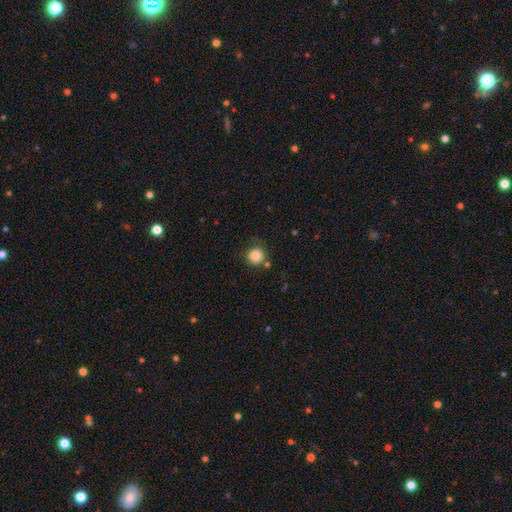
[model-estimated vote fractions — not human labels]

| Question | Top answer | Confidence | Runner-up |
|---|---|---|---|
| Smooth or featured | smooth | 85% | star or artifact (10%) |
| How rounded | round | 94% | in between (5%) |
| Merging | none | 77% | minor disturbance (13%) |